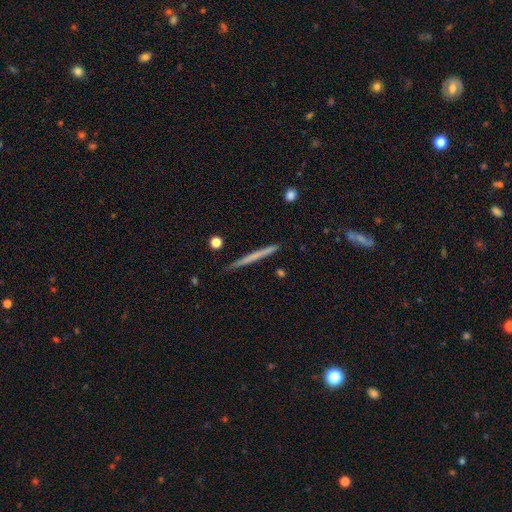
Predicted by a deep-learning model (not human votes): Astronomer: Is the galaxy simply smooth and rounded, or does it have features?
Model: smooth — 53% (runner-up: featured or disk, 41%).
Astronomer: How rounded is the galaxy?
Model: cigar-shaped — 97%.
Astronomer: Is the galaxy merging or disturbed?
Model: none — 89%.